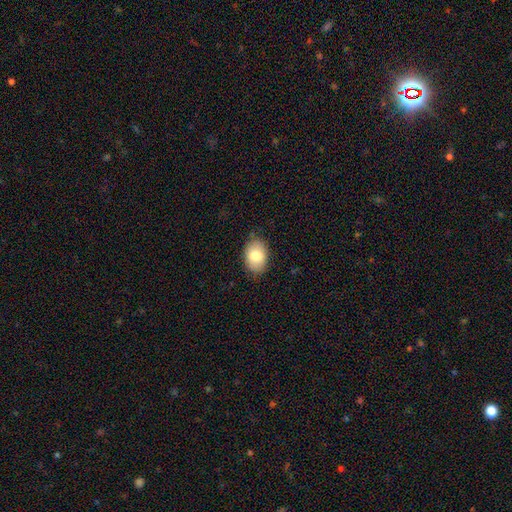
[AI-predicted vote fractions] This appears to be a smooth galaxy with no disk features (81%) that is in between round and cigar-shaped (83%). Merging: none (83%).